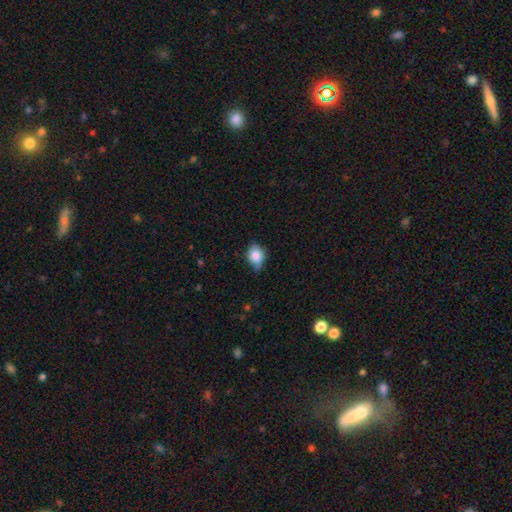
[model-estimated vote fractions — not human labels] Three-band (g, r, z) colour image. It shows a smooth galaxy with no disk features (83%) that is in between round and cigar-shaped (62%). Merging: none (55%).